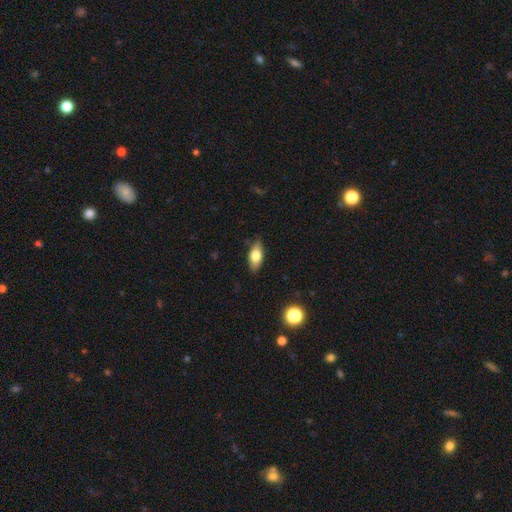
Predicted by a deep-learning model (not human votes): Smooth or featured? Predicted: smooth (p=0.73). How rounded? Predicted: in between (p=0.84). Merging? Predicted: none (p=0.83).